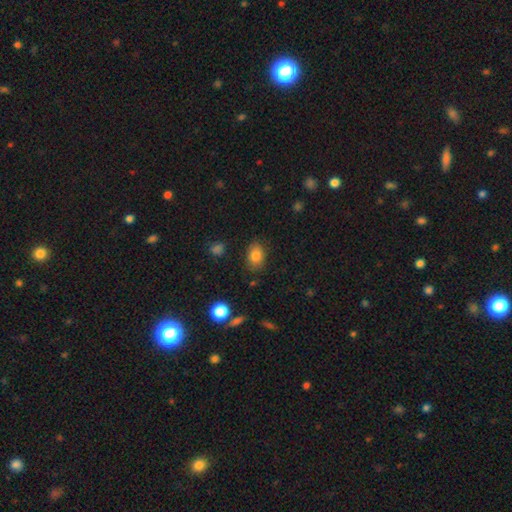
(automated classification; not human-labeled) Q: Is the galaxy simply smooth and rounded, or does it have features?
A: smooth — 82%.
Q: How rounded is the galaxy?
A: in between — 76%.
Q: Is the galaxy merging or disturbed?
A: none — 81%.